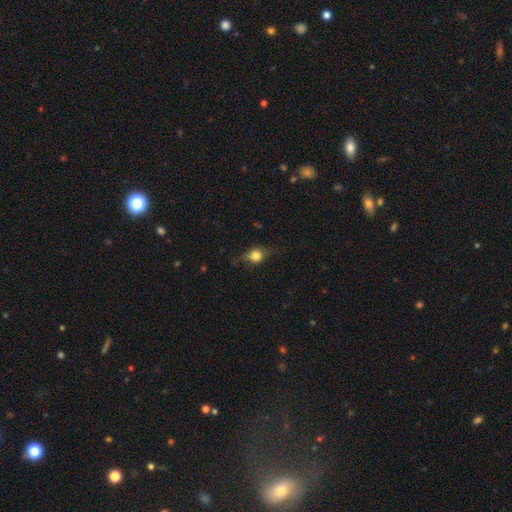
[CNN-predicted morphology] smooth 62%, featured or disk 28%, star or artifact 11%. Down the decision tree: how rounded — round (58%); merging — none (67%).